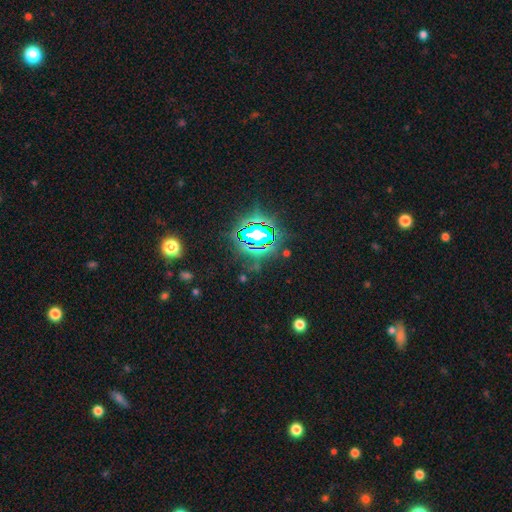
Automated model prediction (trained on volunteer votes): smooth-or-featured: star or artifact: 81% | smooth: 11% | featured or disk: 8%